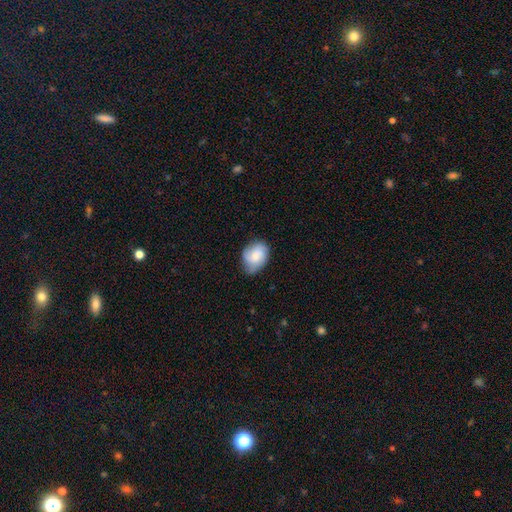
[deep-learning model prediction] A smooth galaxy with no disk features (67%) that is in between round and cigar-shaped (70%). Merging: none (65%).